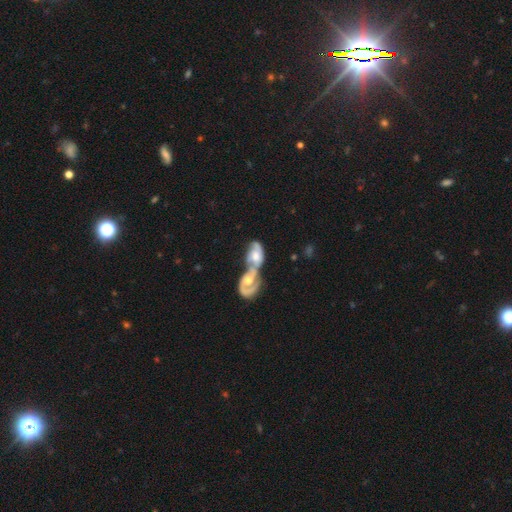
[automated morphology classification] Overall: featured or disk (67%). Edge-on disk: no (95%). Bar: no (65%; weak 28%). Spiral arms: yes (81%). Spiral arm count: 2 (57%; 1 20%). Spiral winding: medium (38%; tight 35%). Bulge size: moderate (60%). Merging: merger (86%).